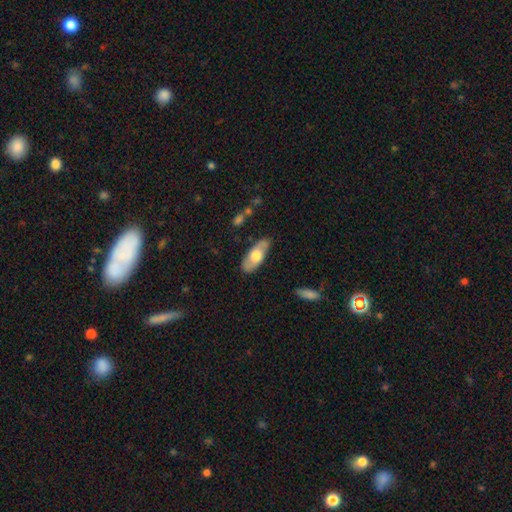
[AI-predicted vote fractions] Smooth or featured? smooth (56%)
How rounded? in between (79%)
Merging? none (81%)